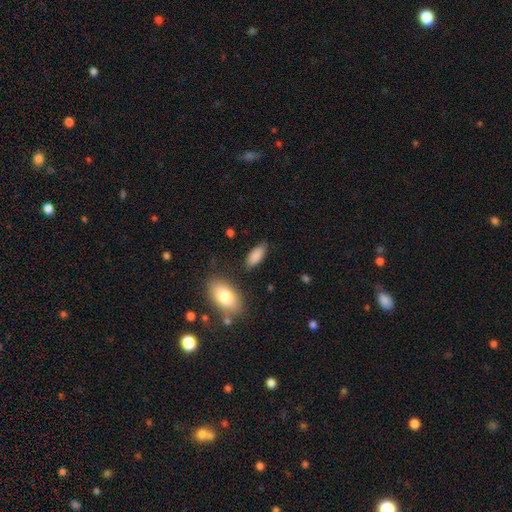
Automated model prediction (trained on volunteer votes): Q: Smooth or featured?
A: smooth (87%); runner-up: star or artifact (7%)
Q: How rounded?
A: in between (87%); runner-up: cigar-shaped (11%)
Q: Merging?
A: none (79%); runner-up: minor disturbance (15%)